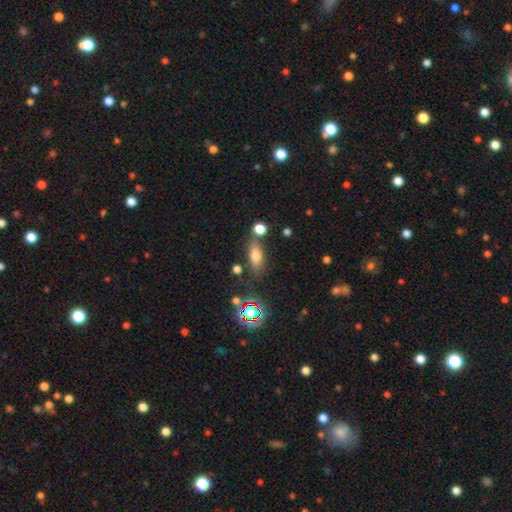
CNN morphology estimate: smooth_or_featured: smooth (p=0.69) [alt: featured or disk p=0.16]
how_rounded: in between (p=0.70) [alt: cigar-shaped p=0.22]
merging: none (p=0.71) [alt: minor disturbance p=0.14]